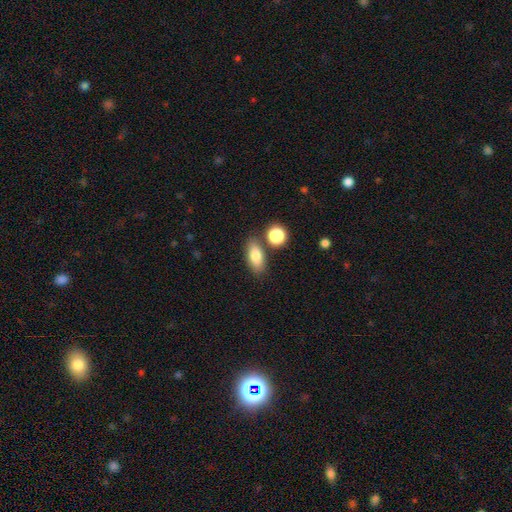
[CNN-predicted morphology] Smooth or featured?
  - smooth: 79% *
  - featured or disk: 13%
  - star or artifact: 8%
How rounded?
  - in between: 80% *
  - cigar-shaped: 13%
  - round: 8%
Merging?
  - none: 76% *
  - minor disturbance: 11%
  - merger: 9%
  - major disturbance: 3%